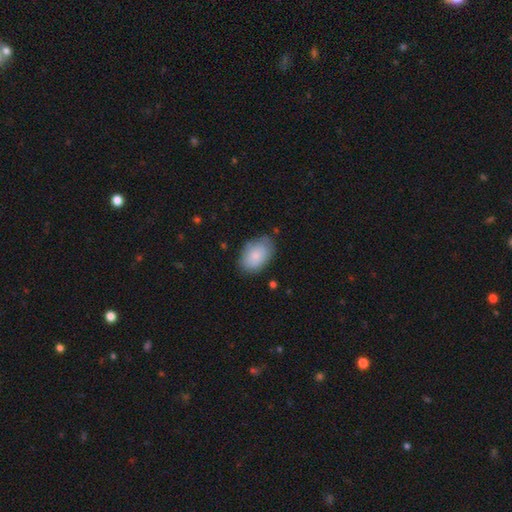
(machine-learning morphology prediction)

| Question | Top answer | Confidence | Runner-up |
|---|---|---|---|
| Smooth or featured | smooth | 82% | featured or disk (12%) |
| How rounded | in between | 89% | round (10%) |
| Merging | none | 73% | minor disturbance (21%) |